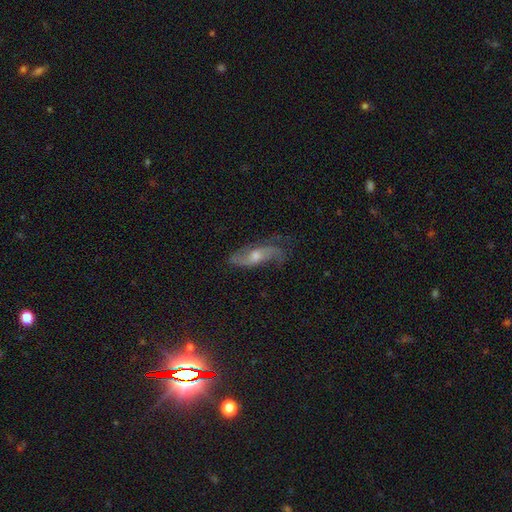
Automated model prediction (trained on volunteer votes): A featured or disk galaxy (75%) with no bar (60%), 2 (70%) loose (44%) spiral arms (93%) and a moderate central bulge (60%). Merging: none (69%).